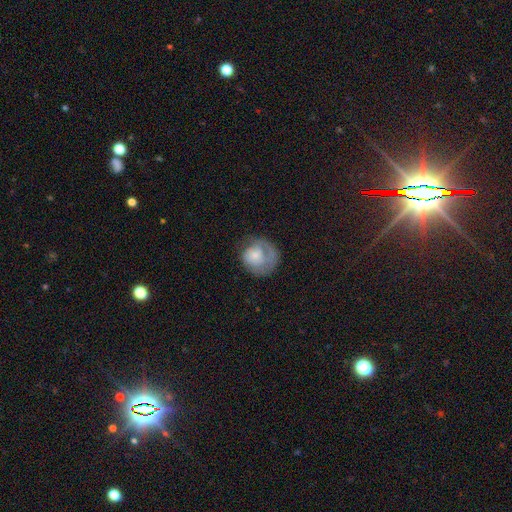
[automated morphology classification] Q: Smooth or featured?
A: smooth (52%); runner-up: featured or disk (41%)
Q: How rounded?
A: round (77%); runner-up: in between (22%)
Q: Merging?
A: none (47%); runner-up: major disturbance (27%)